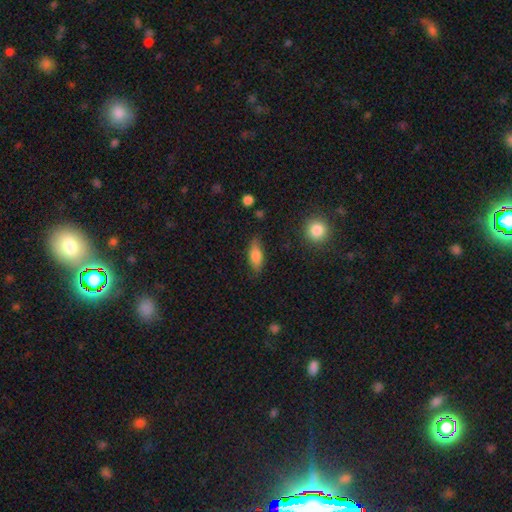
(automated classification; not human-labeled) Smooth or featured?
  - smooth: 76% *
  - featured or disk: 17%
  - star or artifact: 7%
How rounded?
  - in between: 75% *
  - cigar-shaped: 22%
  - round: 4%
Merging?
  - none: 80% *
  - minor disturbance: 14%
  - major disturbance: 4%
  - merger: 2%